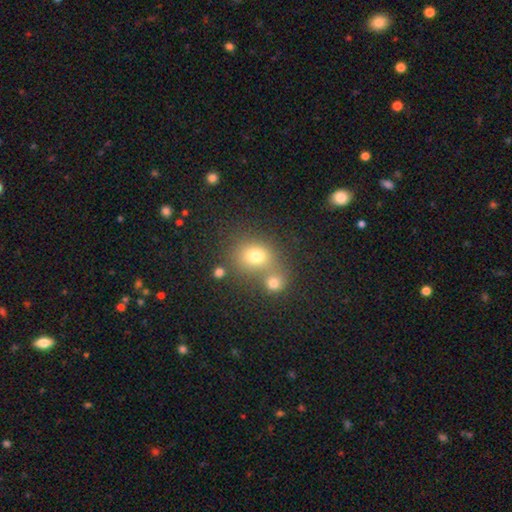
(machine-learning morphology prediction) The model was most divided on "merging": none: 45%, merger: 41%, minor disturbance: 9%, major disturbance: 5%. More confident: smooth or featured — smooth (74%); how rounded — round (69%).